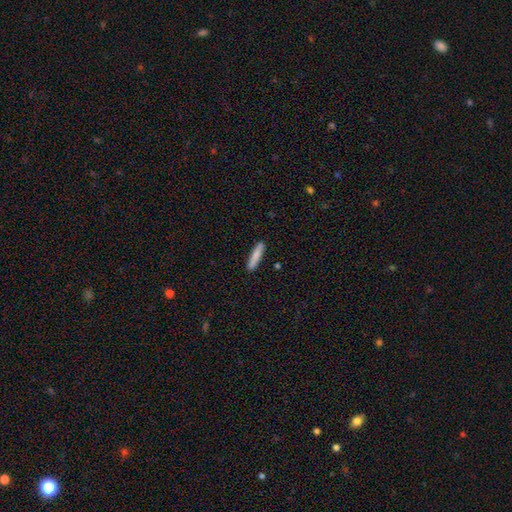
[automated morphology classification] Smooth or featured: smooth — 83% (featured or disk — 12%)
How rounded: cigar-shaped — 89% (in between — 9%)
Merging: none — 88% (minor disturbance — 9%)